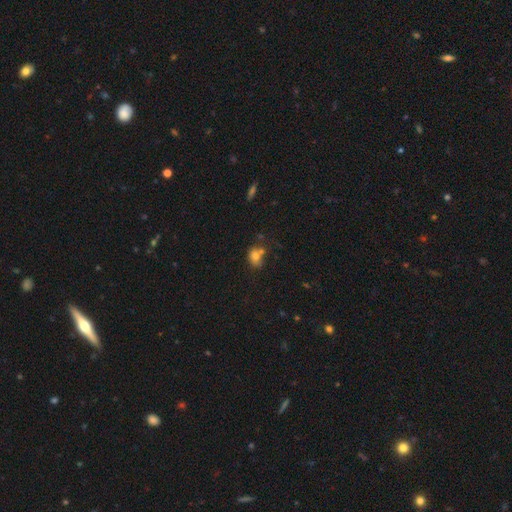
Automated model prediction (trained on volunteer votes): This is likely a smooth galaxy (73%). How rounded: possibly in between (57%). Merging: marginally none (40%).